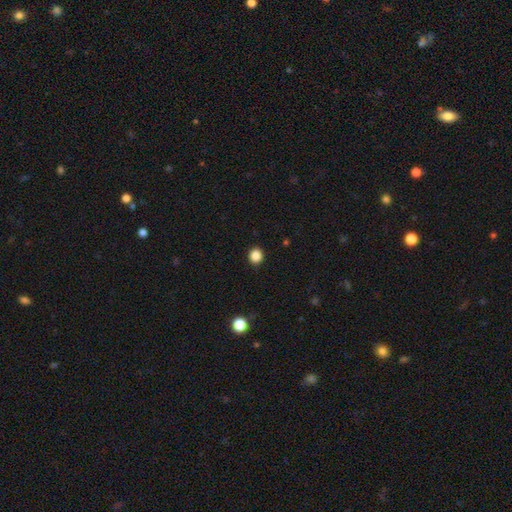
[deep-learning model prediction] Smooth or featured? smooth (87%)
How rounded? round (85%)
Merging? none (92%)